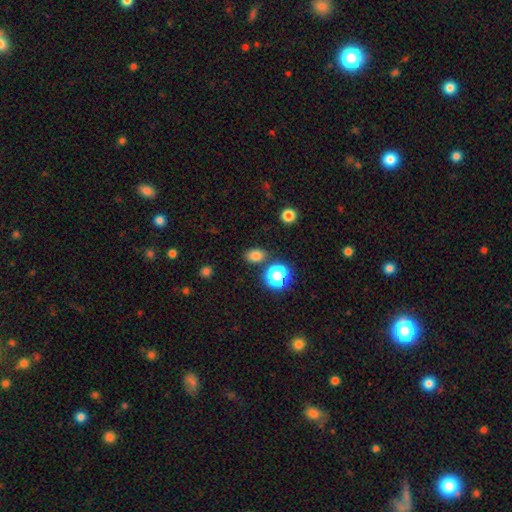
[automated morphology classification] The model was most divided on "how rounded": in between: 61%, round: 38%, cigar-shaped: 1%. More confident: merging — none (80%); smooth or featured — smooth (77%).